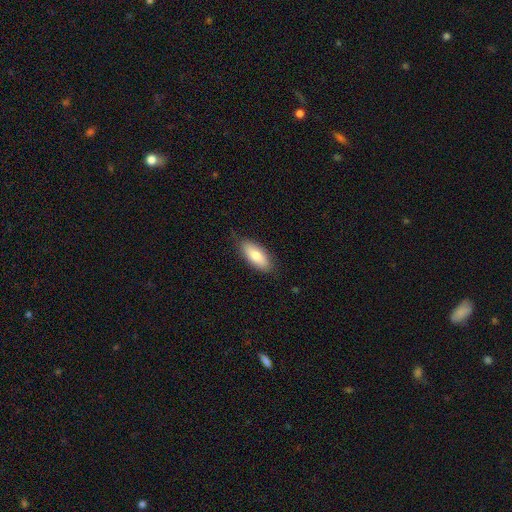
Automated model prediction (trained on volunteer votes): A smooth galaxy with no disk features (76%) that is in between round and cigar-shaped (83%). Merging: none (82%).